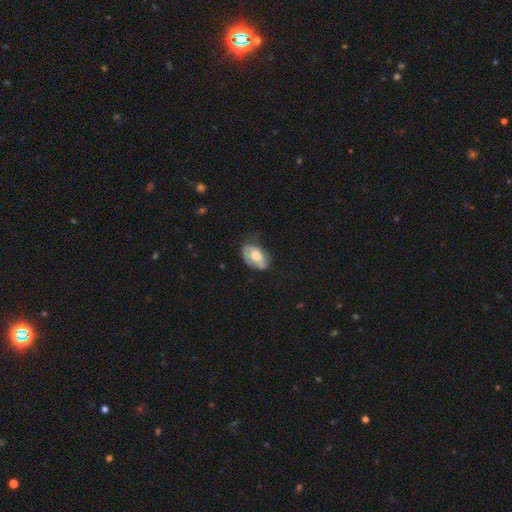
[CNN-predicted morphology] A smooth galaxy with no disk features (61%) that is in between round and cigar-shaped (91%).

Vote fractions:
- Smooth or featured? smooth: 61% / featured or disk: 33% / star or artifact: 6%
- How rounded? in between: 91% / round: 7% / cigar-shaped: 2%
- Merging? none: 53% / minor disturbance: 33% / major disturbance: 12% / merger: 2%